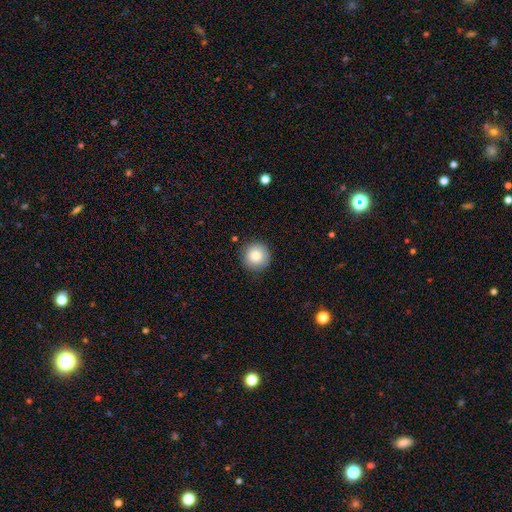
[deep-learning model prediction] This is clearly a smooth galaxy (83%). How rounded: clearly round (95%). Merging: clearly none (89%).